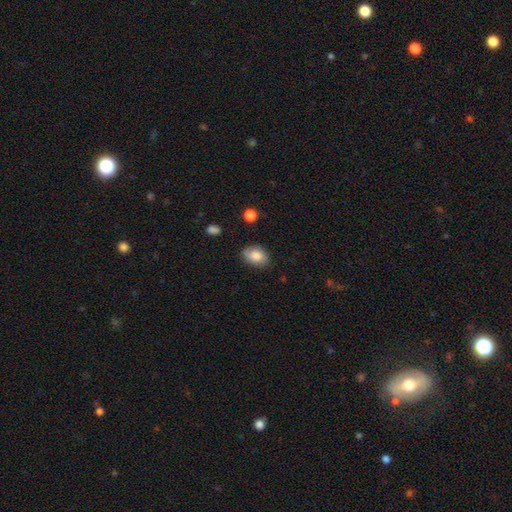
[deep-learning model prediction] Smooth or featured? Predicted: smooth (p=0.79). How rounded? Predicted: in between (p=0.76). Merging? Predicted: none (p=0.73).